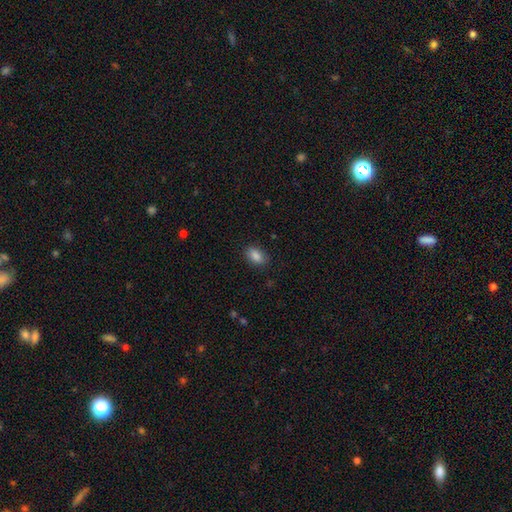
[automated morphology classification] The model was most divided on "merging": none: 85%, minor disturbance: 11%, major disturbance: 3%, merger: 1%. More confident: how rounded — in between (88%); smooth or featured — smooth (87%).